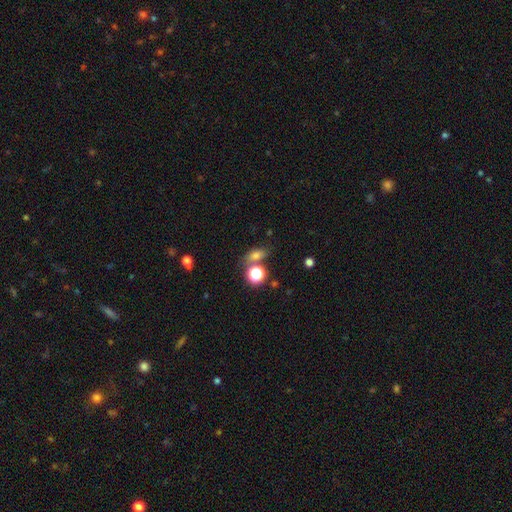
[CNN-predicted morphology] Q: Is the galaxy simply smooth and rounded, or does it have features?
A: smooth — 67%.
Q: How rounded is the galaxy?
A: in between — 64%.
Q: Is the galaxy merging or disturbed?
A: none — 64%.